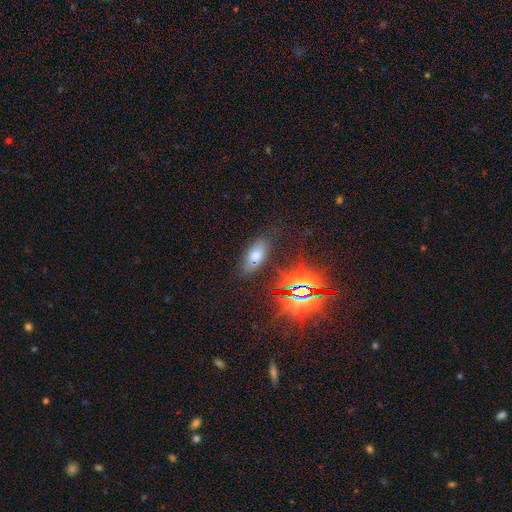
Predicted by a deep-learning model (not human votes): smooth 62%, star or artifact 23%, featured or disk 15%. Down the decision tree: how rounded — in between (85%); merging — none (77%).